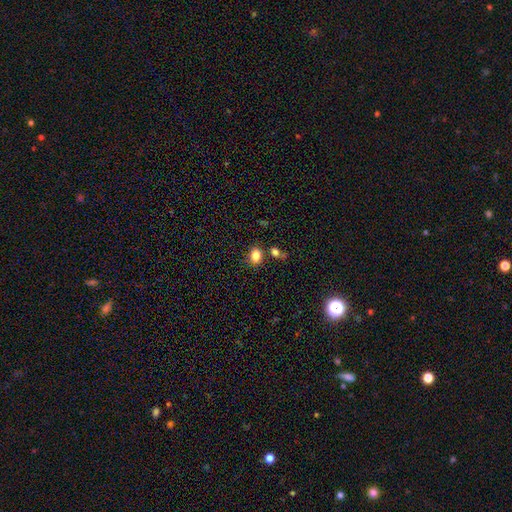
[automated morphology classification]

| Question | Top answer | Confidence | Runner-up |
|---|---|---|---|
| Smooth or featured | smooth | 84% | star or artifact (11%) |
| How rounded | in between | 64% | round (35%) |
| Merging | none | 76% | minor disturbance (11%) |